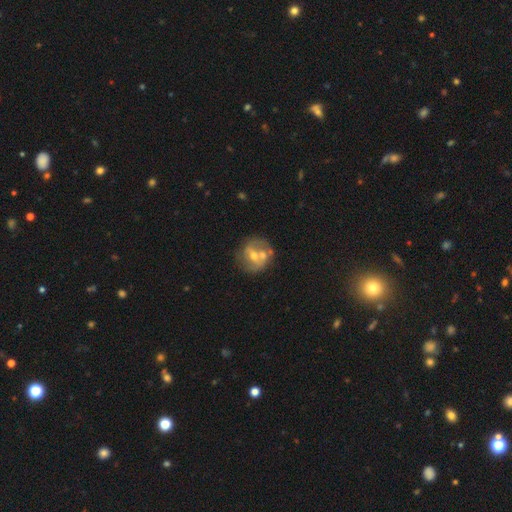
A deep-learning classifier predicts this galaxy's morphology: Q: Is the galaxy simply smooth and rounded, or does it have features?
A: featured or disk — 61%.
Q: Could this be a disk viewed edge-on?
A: no — 97%.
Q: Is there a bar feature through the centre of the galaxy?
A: no — 48%.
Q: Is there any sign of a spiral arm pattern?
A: yes — 51%.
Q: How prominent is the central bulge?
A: moderate — 67%.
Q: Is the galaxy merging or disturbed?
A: none — 49%.